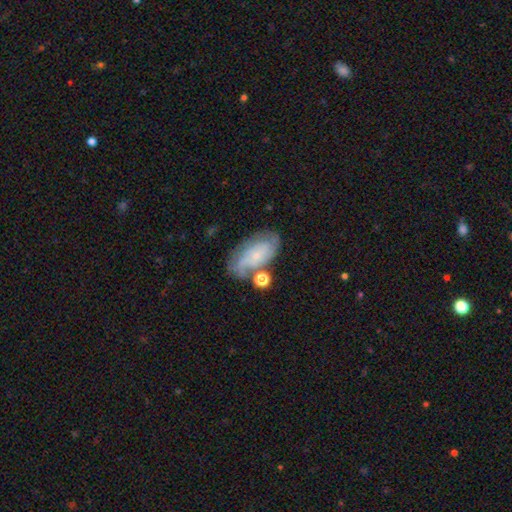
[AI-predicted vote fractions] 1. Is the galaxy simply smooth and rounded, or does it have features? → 61% featured or disk, 30% smooth, 8% star or artifact.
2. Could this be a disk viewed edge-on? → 95% no, 5% yes.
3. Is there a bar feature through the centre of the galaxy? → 73% no, 22% weak, 5% strong.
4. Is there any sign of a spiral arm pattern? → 84% yes, 16% no.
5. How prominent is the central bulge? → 77% small, 13% moderate, 7% none, 2% large, 1% dominant.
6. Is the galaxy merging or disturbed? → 57% none, 21% minor disturbance, 12% merger, 10% major disturbance.